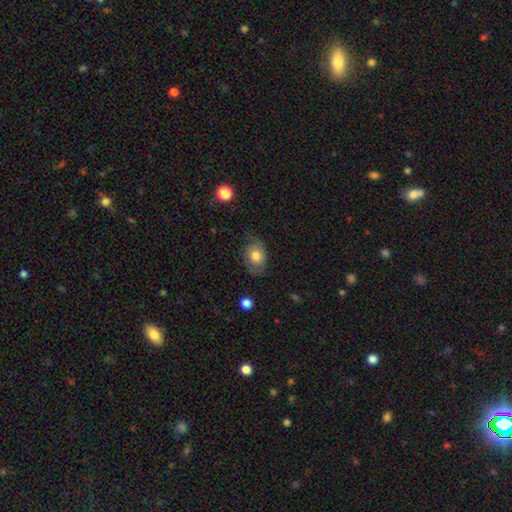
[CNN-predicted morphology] smooth-or-featured: smooth: 70% | featured or disk: 22% | star or artifact: 8%
  how-rounded: in between: 69% | round: 30% | cigar-shaped: 1%
  merging: none: 63% | minor disturbance: 26% | major disturbance: 10% | merger: 1%